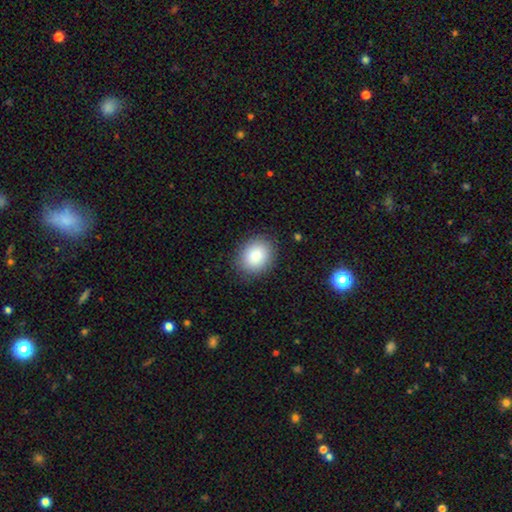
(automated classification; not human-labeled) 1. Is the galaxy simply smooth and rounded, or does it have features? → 85% smooth, 8% star or artifact, 7% featured or disk.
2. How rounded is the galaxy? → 54% round, 45% in between, 1% cigar-shaped.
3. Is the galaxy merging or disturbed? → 86% none, 10% minor disturbance, 3% major disturbance, 1% merger.